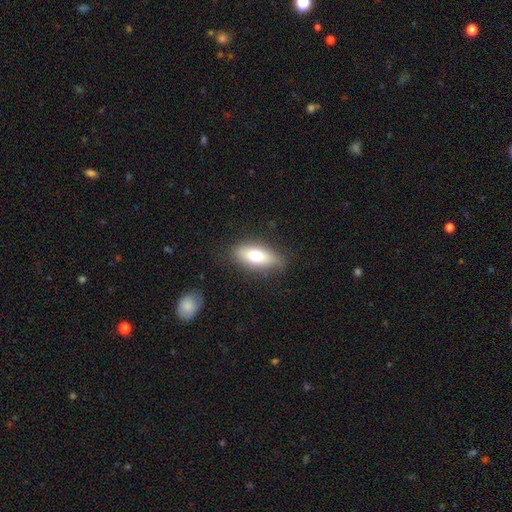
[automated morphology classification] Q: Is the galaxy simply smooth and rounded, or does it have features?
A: smooth — 68%.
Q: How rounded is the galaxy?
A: in between — 80%.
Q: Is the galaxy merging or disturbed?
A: none — 79%.